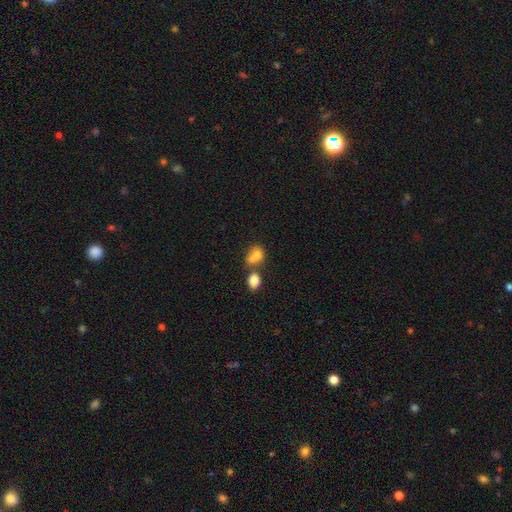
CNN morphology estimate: Q: Smooth or featured?
A: smooth (75%); runner-up: featured or disk (13%)
Q: How rounded?
A: round (57%); runner-up: in between (41%)
Q: Merging?
A: merger (58%); runner-up: none (29%)